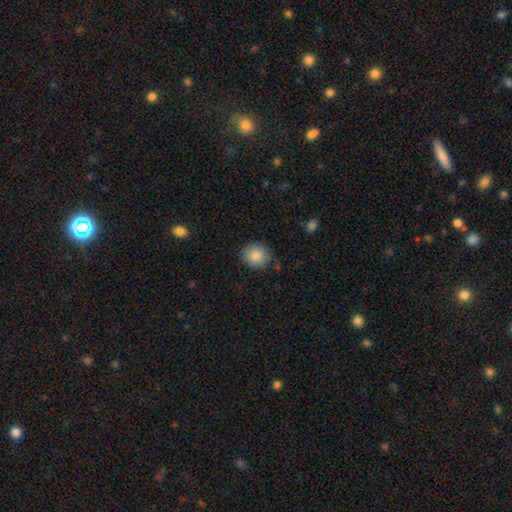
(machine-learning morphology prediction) Smooth or featured: smooth — 88% (star or artifact — 8%)
How rounded: round — 78% (in between — 21%)
Merging: none — 83% (minor disturbance — 12%)